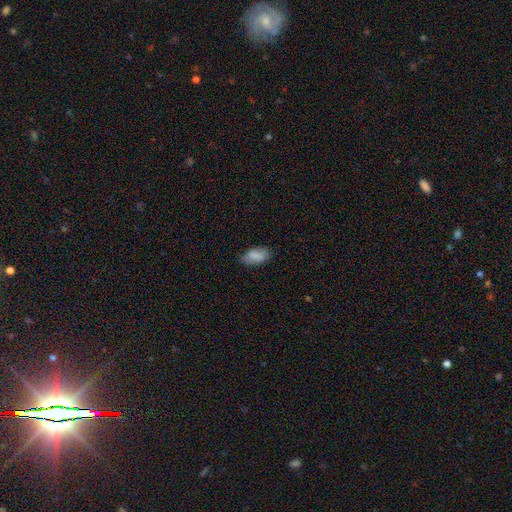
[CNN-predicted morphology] Smooth or featured: smooth — 84% (featured or disk — 8%)
How rounded: in between — 93% (round — 4%)
Merging: none — 78% (minor disturbance — 17%)